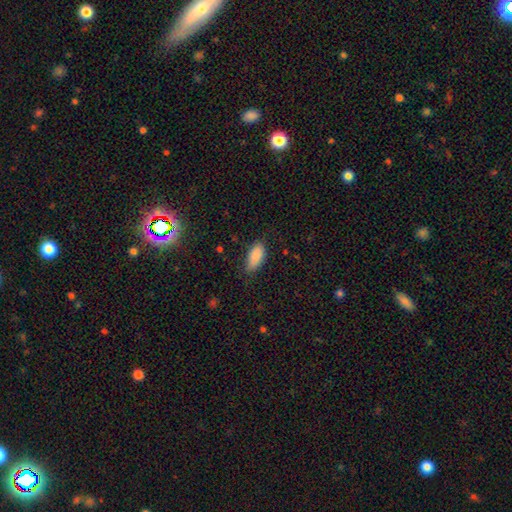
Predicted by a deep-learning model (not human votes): This is clearly a smooth galaxy (88%). How rounded: clearly in between (89%). Merging: likely none (74%).